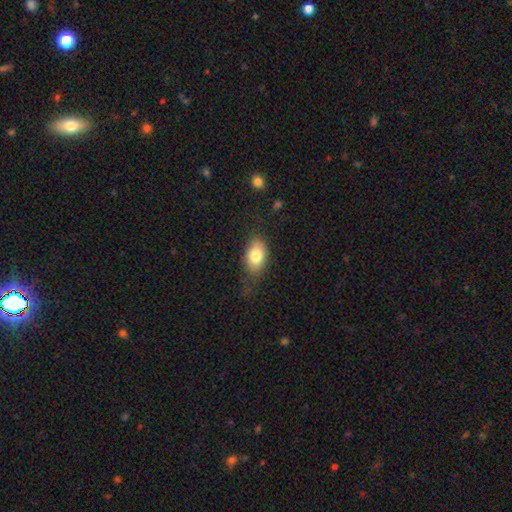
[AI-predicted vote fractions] Smooth or featured?
  - smooth: 80% *
  - featured or disk: 13%
  - star or artifact: 8%
How rounded?
  - in between: 87% *
  - round: 10%
  - cigar-shaped: 2%
Merging?
  - none: 65% *
  - minor disturbance: 24%
  - major disturbance: 9%
  - merger: 2%